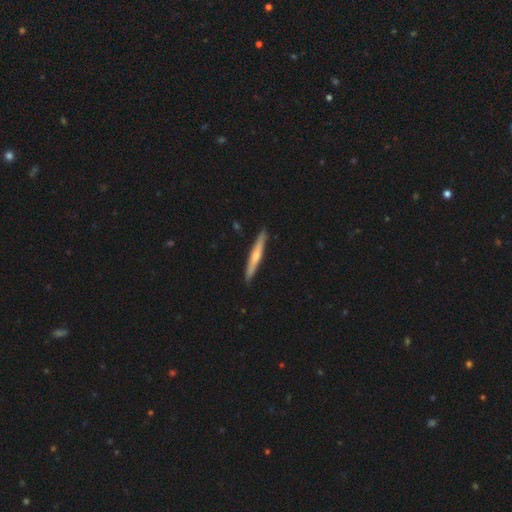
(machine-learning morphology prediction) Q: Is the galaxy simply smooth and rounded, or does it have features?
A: smooth — 49%.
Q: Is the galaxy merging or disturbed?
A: none — 90%.